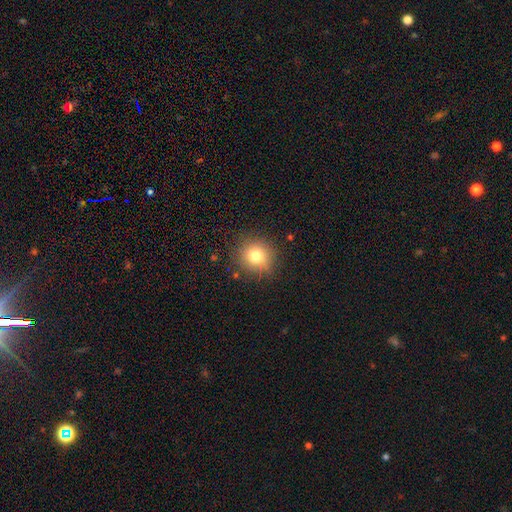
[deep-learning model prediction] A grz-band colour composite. It shows a smooth galaxy with no disk features (77%) that is round (91%). Merging: none (84%).